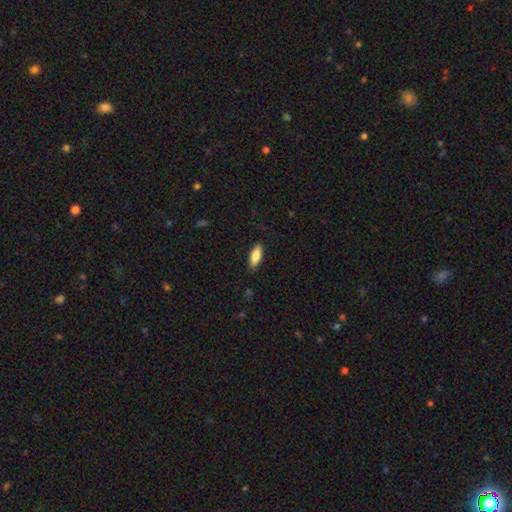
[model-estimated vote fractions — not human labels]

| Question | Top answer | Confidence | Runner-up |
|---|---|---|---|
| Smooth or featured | smooth | 80% | featured or disk (14%) |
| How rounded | in between | 78% | cigar-shaped (20%) |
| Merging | none | 86% | minor disturbance (11%) |